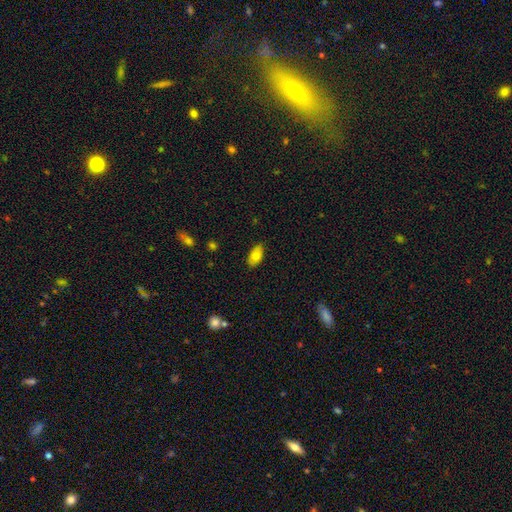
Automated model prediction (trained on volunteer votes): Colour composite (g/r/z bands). It shows a smooth galaxy with no disk features (77%) that is in between round and cigar-shaped (92%). Merging: none (84%).